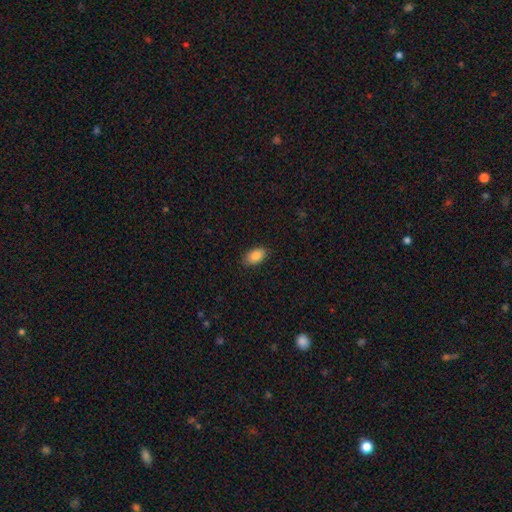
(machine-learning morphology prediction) Q: Smooth or featured?
A: smooth (87%); runner-up: star or artifact (7%)
Q: How rounded?
A: in between (93%); runner-up: round (5%)
Q: Merging?
A: none (86%); runner-up: minor disturbance (11%)